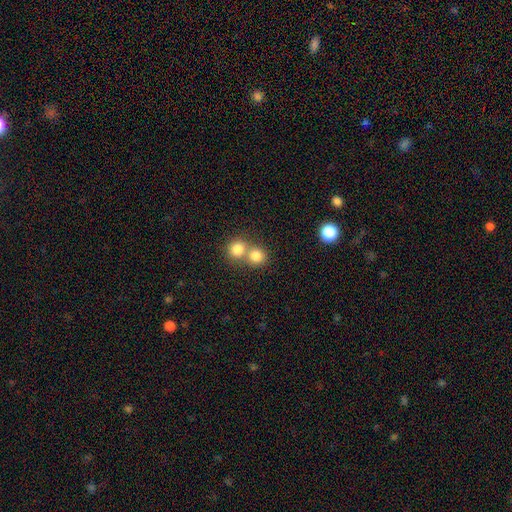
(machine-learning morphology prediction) This appears to be a smooth galaxy with no disk features (80%) that is round (86%). Merging: merger (50%).